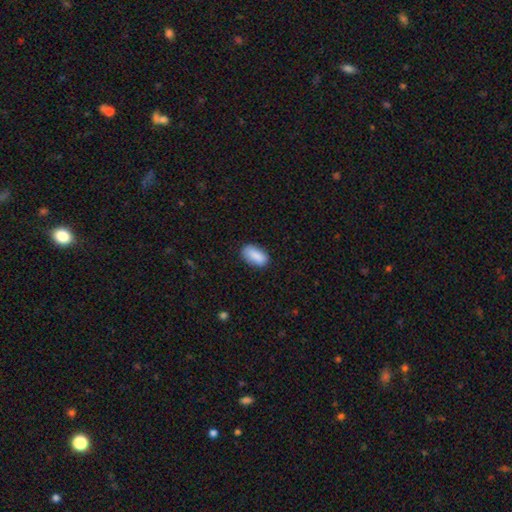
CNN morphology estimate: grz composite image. It shows a smooth galaxy with no disk features (88%) that is in between round and cigar-shaped (92%). Merging: none (81%).